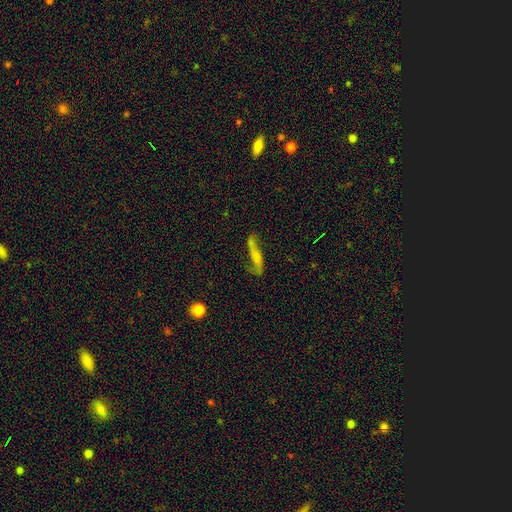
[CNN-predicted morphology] Overall: featured or disk (59%; smooth 31%). Edge-on disk: no (69%; yes 31%). Merging: none (55%; minor disturbance 23%).